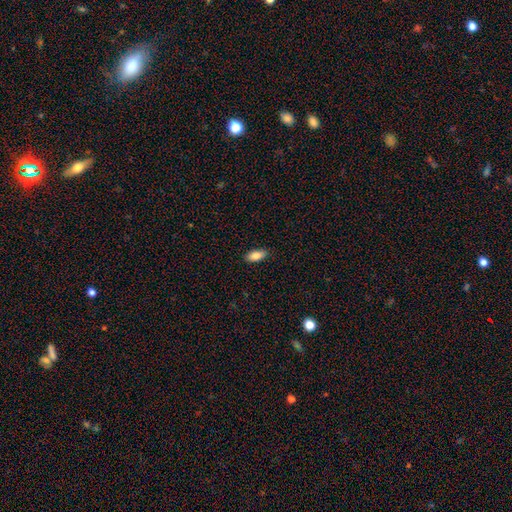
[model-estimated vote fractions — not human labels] This is clearly a smooth galaxy (86%). How rounded: clearly in between (88%). Merging: clearly none (88%).